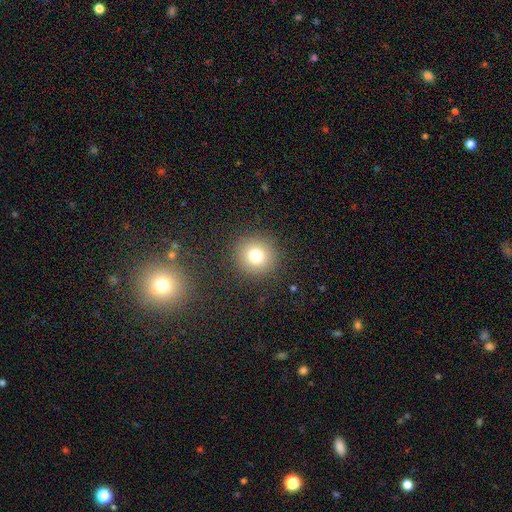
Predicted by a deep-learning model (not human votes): A smooth galaxy with no disk features (77%) that is round (94%). Merging: none (90%).